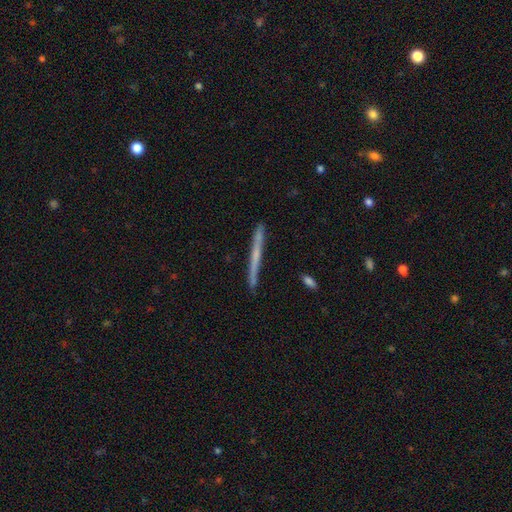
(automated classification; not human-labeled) Overall: featured or disk (53%; smooth 41%). Edge-on disk: yes (97%). Edge-on bulge: none (79%). Merging: none (88%).